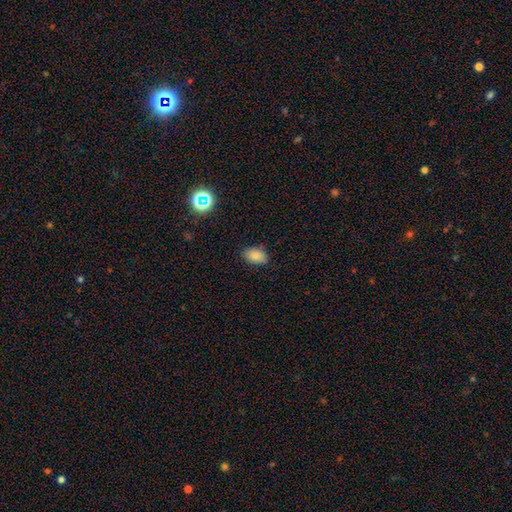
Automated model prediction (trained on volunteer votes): Morphology: type=smooth (84%); roundness=in between (88%); merging=none (85%).